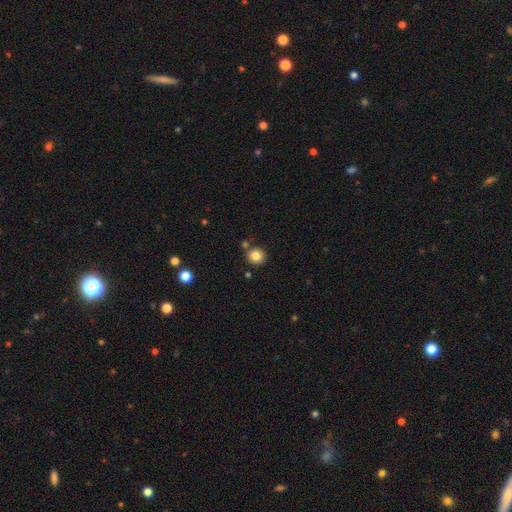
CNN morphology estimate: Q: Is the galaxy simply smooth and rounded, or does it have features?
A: smooth — 84%.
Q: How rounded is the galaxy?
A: round — 90%.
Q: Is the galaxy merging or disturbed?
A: none — 81%.